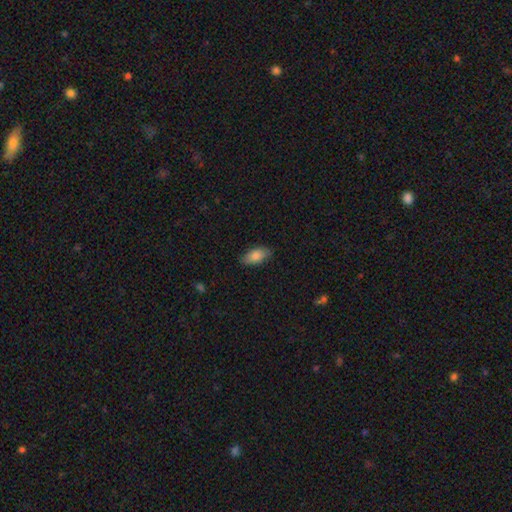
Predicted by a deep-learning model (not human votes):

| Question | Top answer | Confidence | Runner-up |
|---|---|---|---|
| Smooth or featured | smooth | 82% | featured or disk (11%) |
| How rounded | in between | 90% | cigar-shaped (7%) |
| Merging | none | 83% | minor disturbance (13%) |